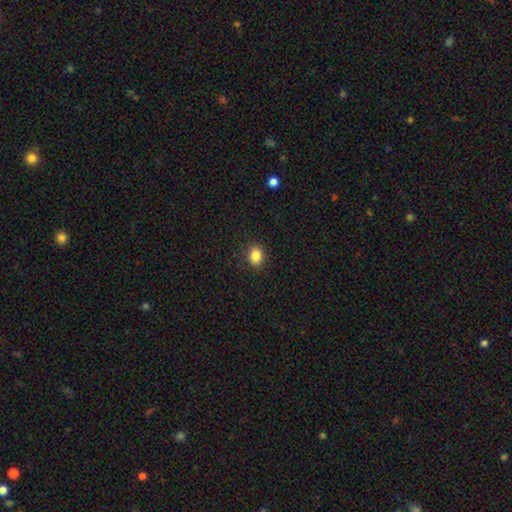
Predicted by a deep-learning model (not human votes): Morphology: type=smooth (85%); roundness=in between (60%); merging=none (88%).